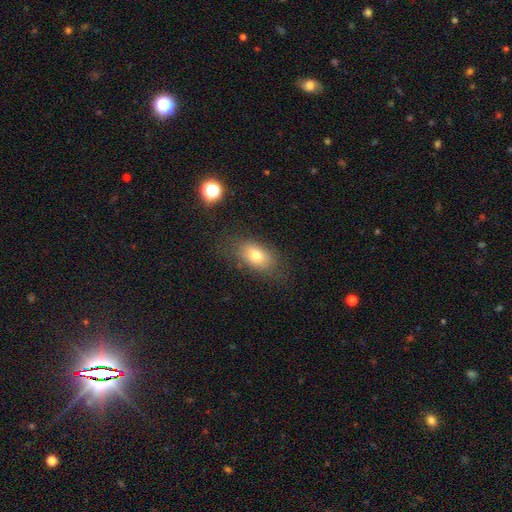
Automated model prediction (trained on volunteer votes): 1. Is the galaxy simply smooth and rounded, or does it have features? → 74% smooth, 15% featured or disk, 11% star or artifact.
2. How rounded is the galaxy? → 84% in between, 13% round, 2% cigar-shaped.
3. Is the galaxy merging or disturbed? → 75% none, 16% minor disturbance, 7% major disturbance, 2% merger.